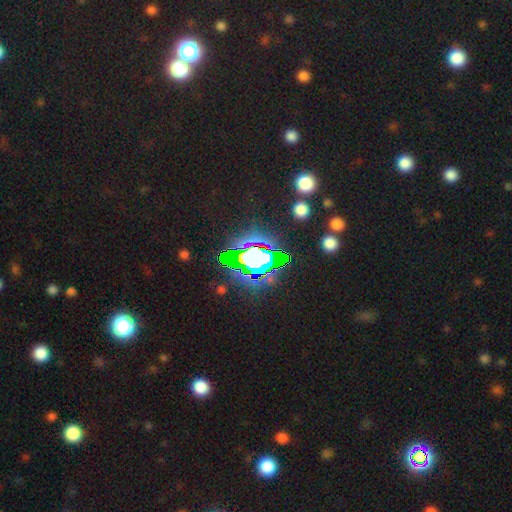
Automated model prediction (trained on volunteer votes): This is clearly a star or artifact rather than a galaxy (82%).